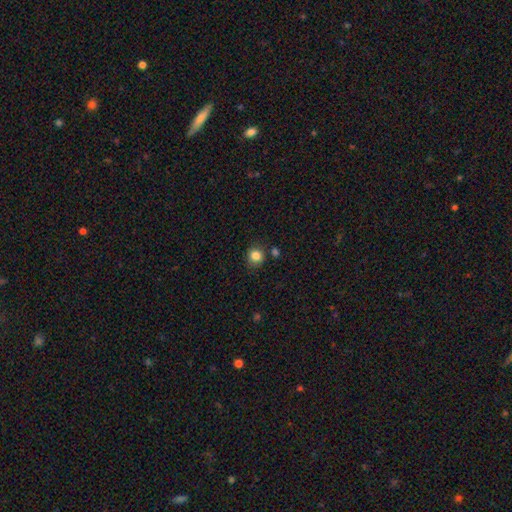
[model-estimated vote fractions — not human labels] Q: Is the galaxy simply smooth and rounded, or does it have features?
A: smooth — 84%.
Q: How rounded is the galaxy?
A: round — 86%.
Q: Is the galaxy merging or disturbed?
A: none — 78%.